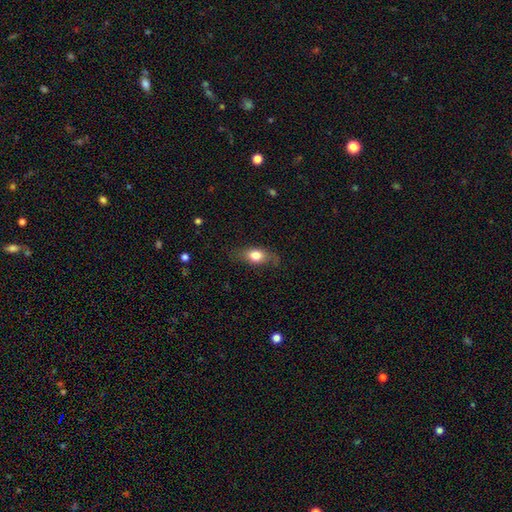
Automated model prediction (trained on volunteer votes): Smooth or featured? smooth (73%)
How rounded? in between (76%)
Merging? none (70%)